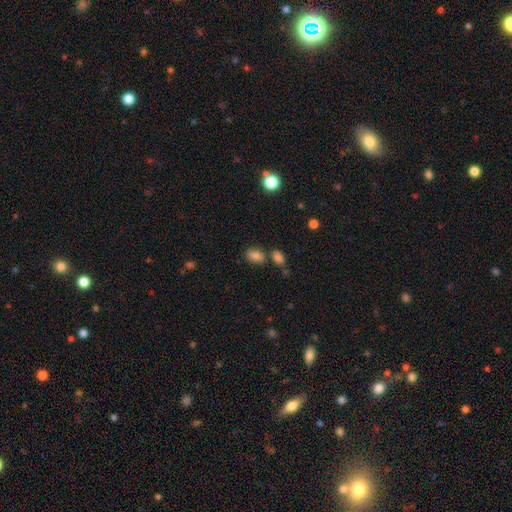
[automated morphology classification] Overall: smooth (81%). How rounded: in between (83%). Merging: none (68%).